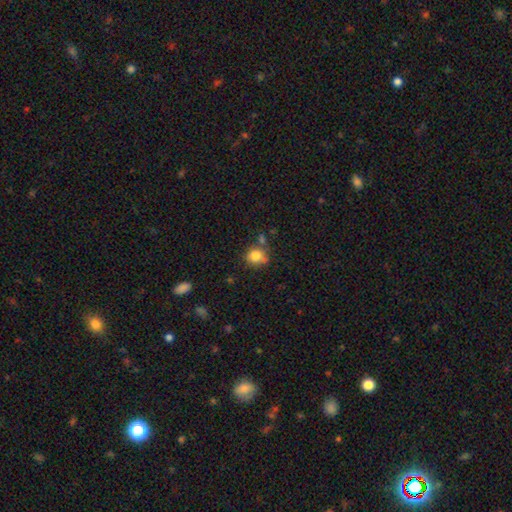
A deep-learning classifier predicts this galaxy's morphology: A smooth galaxy with no disk features (81%) that is round (81%).

Vote fractions:
- Smooth or featured? smooth: 81% / star or artifact: 11% / featured or disk: 8%
- How rounded? round: 81% / in between: 18% / cigar-shaped: 1%
- Merging? none: 64% / minor disturbance: 17% / merger: 14% / major disturbance: 5%